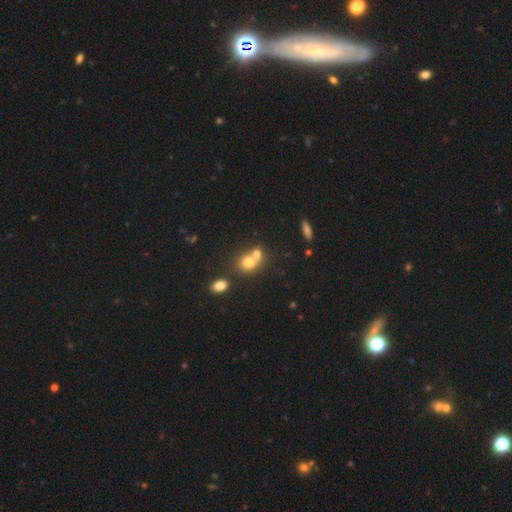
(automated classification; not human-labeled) A smooth galaxy with no disk features (65%) that is round (73%).

Vote fractions:
- Smooth or featured? smooth: 65% / star or artifact: 19% / featured or disk: 16%
- How rounded? round: 73% / in between: 26% / cigar-shaped: 1%
- Merging? merger: 53% / none: 38% / minor disturbance: 6% / major disturbance: 3%